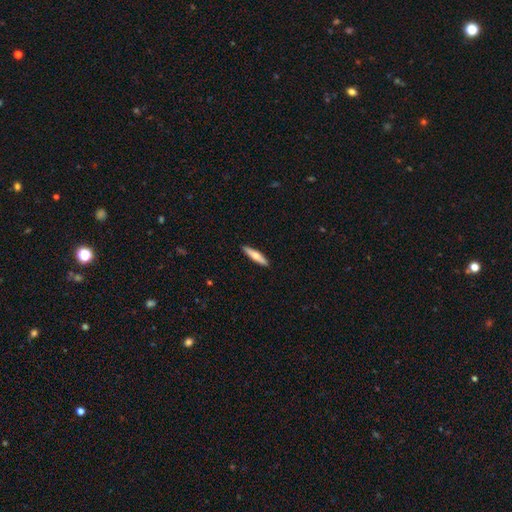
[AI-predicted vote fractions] Smooth or featured? Predicted: smooth (p=0.58). How rounded? Predicted: cigar-shaped (p=0.83). Merging? Predicted: none (p=0.91).